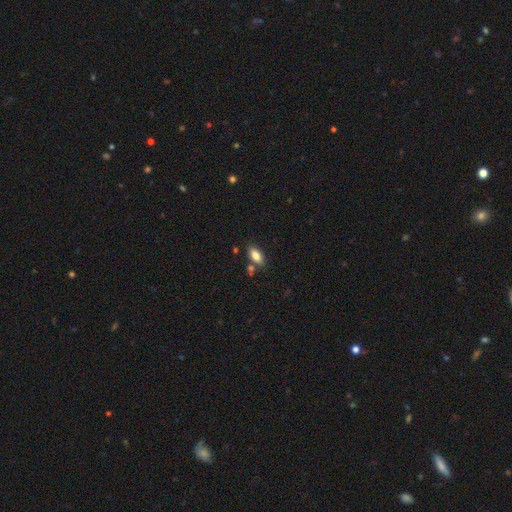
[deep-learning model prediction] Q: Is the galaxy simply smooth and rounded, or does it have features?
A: smooth — 83%.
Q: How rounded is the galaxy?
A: in between — 88%.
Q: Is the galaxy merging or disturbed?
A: none — 74%.